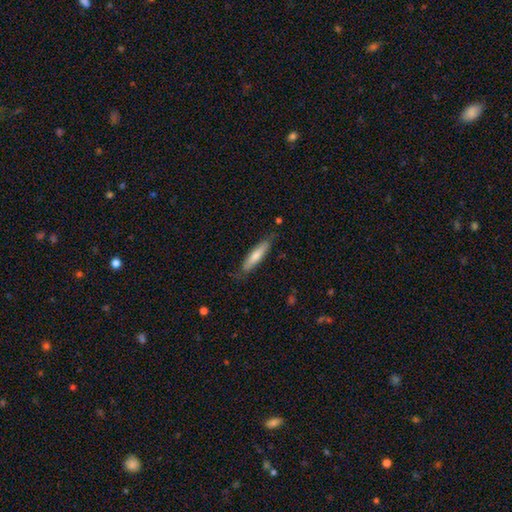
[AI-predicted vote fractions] A smooth galaxy with no disk features (63%) that is cigar-shaped (80%). Merging: none (76%).